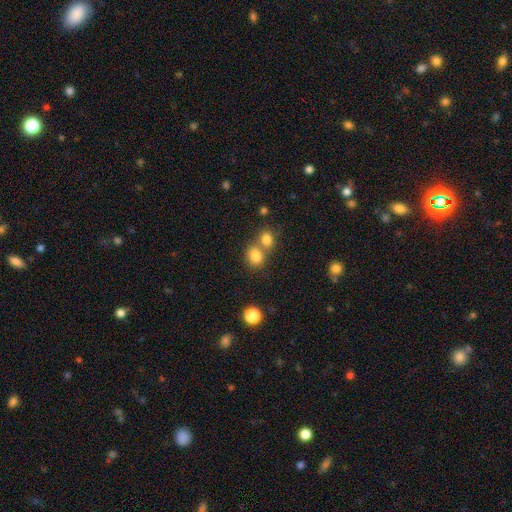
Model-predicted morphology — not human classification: Q: Smooth or featured?
A: smooth (81%); runner-up: star or artifact (12%)
Q: How rounded?
A: round (57%); runner-up: in between (42%)
Q: Merging?
A: merger (46%); runner-up: none (43%)